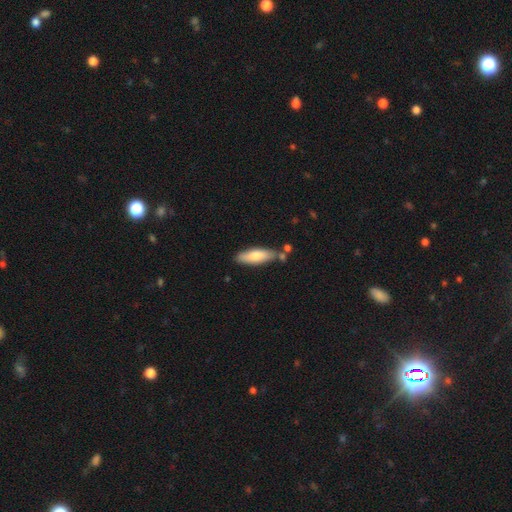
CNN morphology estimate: This is likely a smooth galaxy (74%). How rounded: possibly in between (51%). Merging: likely none (72%).